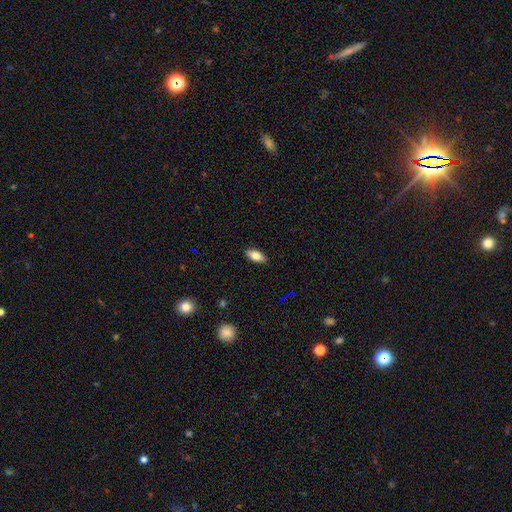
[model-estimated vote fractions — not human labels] This appears to be a smooth galaxy with no disk features (82%) that is in between round and cigar-shaped (87%). Merging: none (89%).